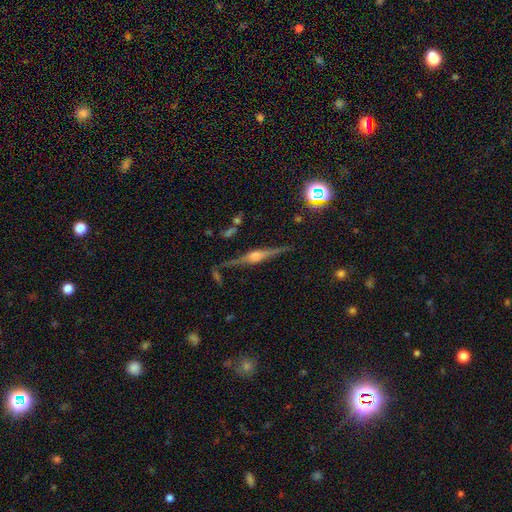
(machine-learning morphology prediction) Overall: featured or disk (83%). Edge-on disk: yes (97%). Edge-on bulge: rounded (84%). Merging: none (84%).